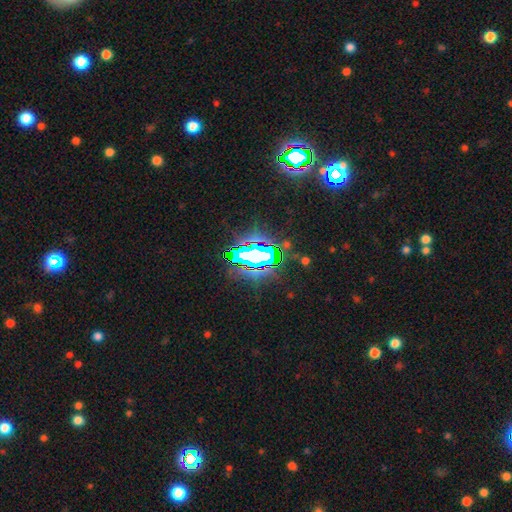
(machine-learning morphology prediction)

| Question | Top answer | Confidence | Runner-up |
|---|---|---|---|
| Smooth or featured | star or artifact | 71% | featured or disk (15%) |